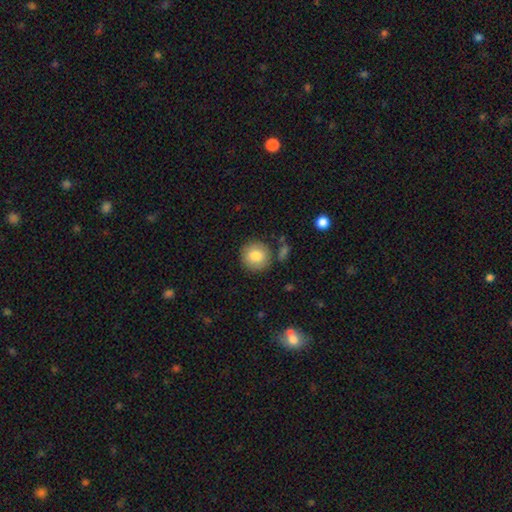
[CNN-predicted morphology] smooth 83%, featured or disk 9%, star or artifact 8%. Down the decision tree: how rounded — round (93%); merging — none (84%).